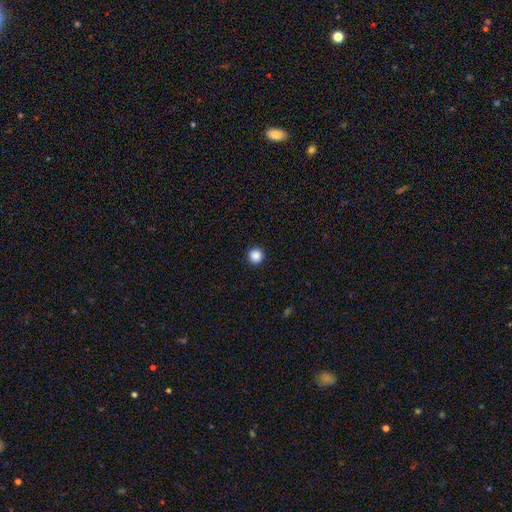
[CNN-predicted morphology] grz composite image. It shows a smooth galaxy with no disk features (87%) that is round (96%). Merging: none (94%).